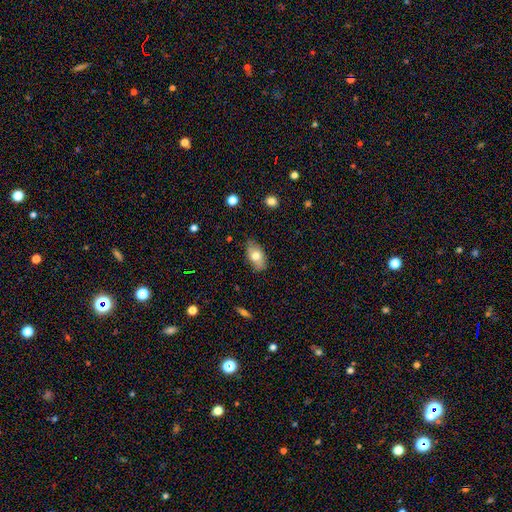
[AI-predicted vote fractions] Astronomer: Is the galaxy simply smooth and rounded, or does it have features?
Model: smooth — 72%.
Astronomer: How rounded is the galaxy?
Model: in between — 91%.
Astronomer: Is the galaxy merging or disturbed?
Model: none — 79%.